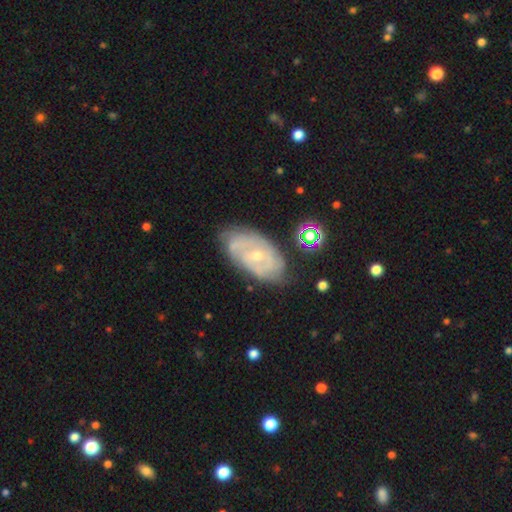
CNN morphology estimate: smooth-or-featured: featured or disk: 77% | smooth: 16% | star or artifact: 8%
  disk-edge-on: no: 94% | yes: 6%
    bar: no: 64% | weak: 30% | strong: 7%
    has-spiral-arms: yes: 87% | no: 13%
      spiral-winding: tight: 63% | medium: 28% | loose: 8%
      spiral-arm-count: can't tell: 40% | 2: 34% | 3: 13% | 4: 5% | 1: 4% | more than 4: 3%
    bulge-size: small: 68% | moderate: 29% | none: 1% | large: 1% | dominant: 1%
  merging: none: 69% | minor disturbance: 22% | major disturbance: 6% | merger: 3%